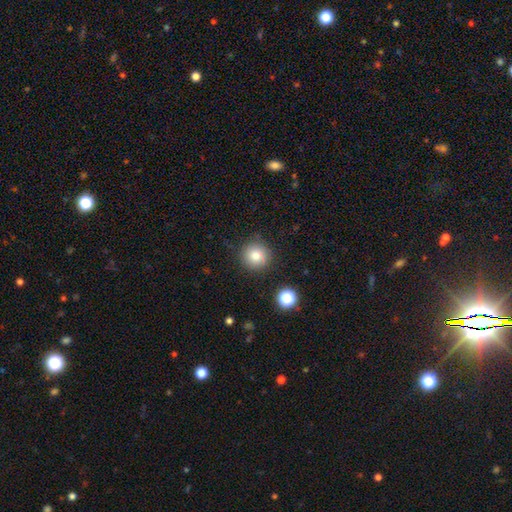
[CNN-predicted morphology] Smooth or featured?
  - smooth: 81% *
  - star or artifact: 11%
  - featured or disk: 7%
How rounded?
  - round: 94% *
  - in between: 5%
  - cigar-shaped: 1%
Merging?
  - none: 86% *
  - minor disturbance: 9%
  - major disturbance: 3%
  - merger: 3%